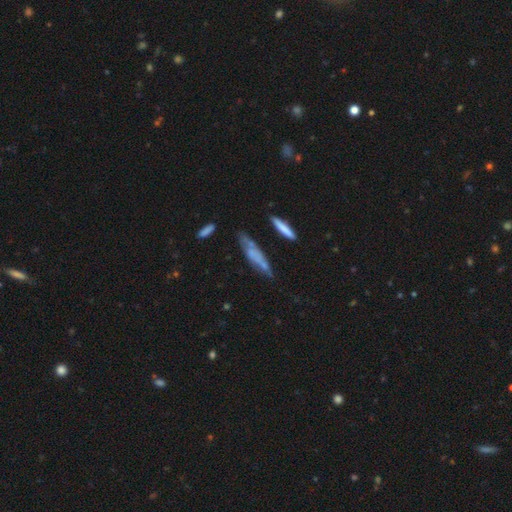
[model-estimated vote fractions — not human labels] Smooth or featured?
  - smooth: 45% *
  - featured or disk: 44%
  - star or artifact: 10%
Merging?
  - none: 57% *
  - minor disturbance: 25%
  - major disturbance: 10%
  - merger: 8%